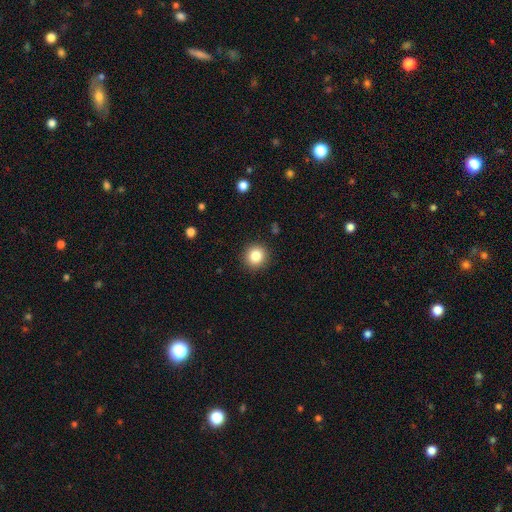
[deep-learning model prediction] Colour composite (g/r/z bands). It shows a smooth galaxy with no disk features (84%) that is round (92%). Merging: none (91%).